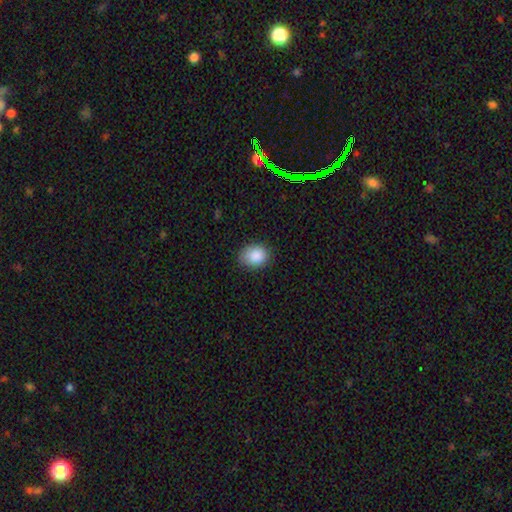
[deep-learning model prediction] smooth 88%, star or artifact 8%, featured or disk 4%. Down the decision tree: how rounded — in between (57%); merging — none (80%).